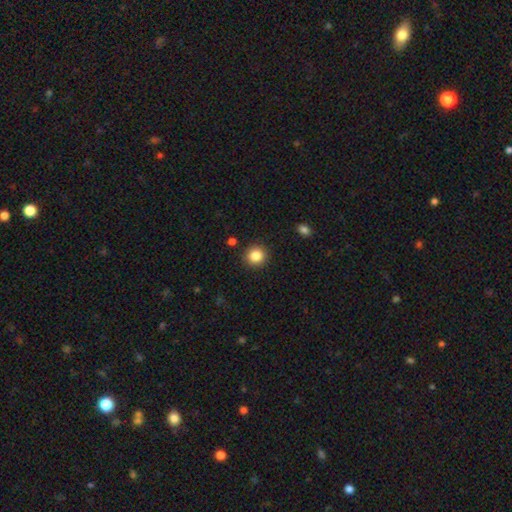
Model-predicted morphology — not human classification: Smooth or featured? smooth (85%)
How rounded? round (91%)
Merging? none (90%)